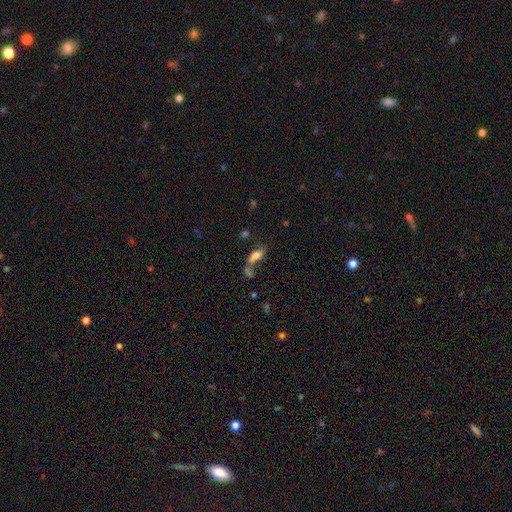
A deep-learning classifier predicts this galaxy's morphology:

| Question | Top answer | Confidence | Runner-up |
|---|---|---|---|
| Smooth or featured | smooth | 68% | featured or disk (19%) |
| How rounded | in between | 75% | cigar-shaped (20%) |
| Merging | merger | 43% | none (30%) |